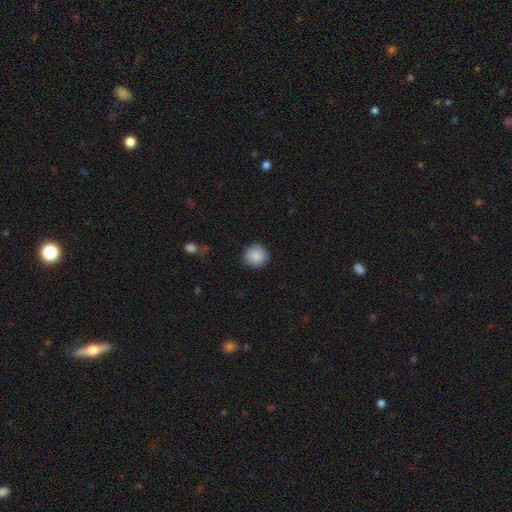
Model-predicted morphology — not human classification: smooth 89%, star or artifact 8%, featured or disk 4%. Down the decision tree: how rounded — round (94%); merging — none (89%).